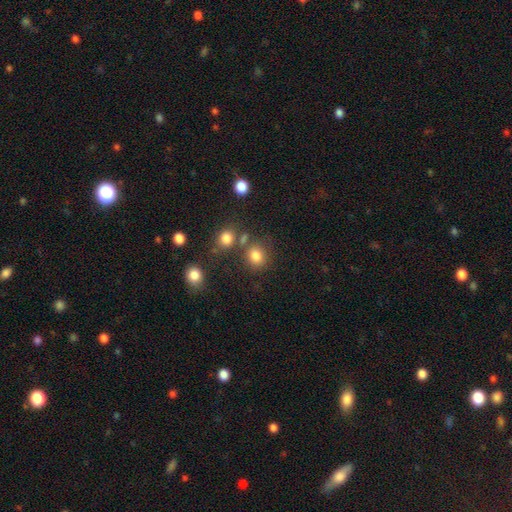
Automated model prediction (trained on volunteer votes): Morphology: type=smooth (80%); roundness=round (71%); merging=none (67%).